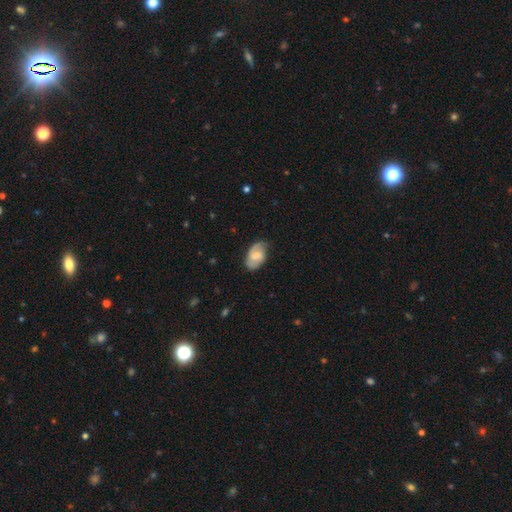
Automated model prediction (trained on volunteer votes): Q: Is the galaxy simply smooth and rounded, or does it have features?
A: featured or disk — 55%.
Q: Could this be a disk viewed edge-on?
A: no — 96%.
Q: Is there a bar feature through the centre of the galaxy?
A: weak — 48%.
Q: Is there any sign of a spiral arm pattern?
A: yes — 86%.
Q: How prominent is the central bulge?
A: moderate — 45%.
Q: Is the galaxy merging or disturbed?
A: none — 67%.